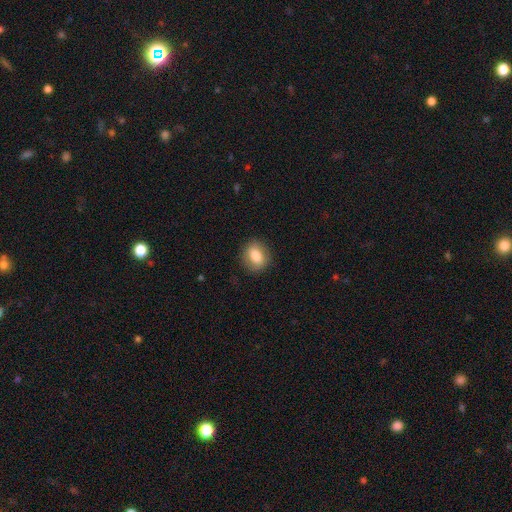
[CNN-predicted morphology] This is clearly a smooth galaxy (81%). How rounded: possibly in between (55%). Merging: clearly none (84%).